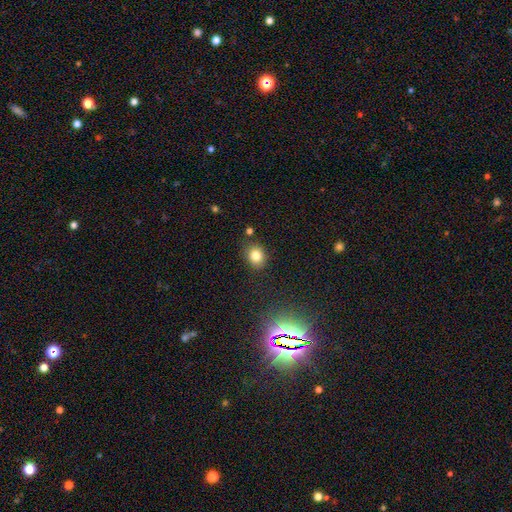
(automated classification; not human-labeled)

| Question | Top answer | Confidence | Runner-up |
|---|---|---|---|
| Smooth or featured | smooth | 81% | star or artifact (12%) |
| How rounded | round | 56% | in between (43%) |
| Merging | none | 81% | minor disturbance (12%) |